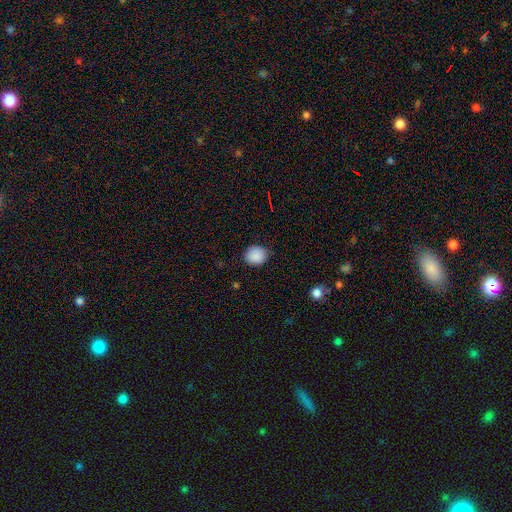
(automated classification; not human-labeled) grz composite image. It shows a smooth galaxy with no disk features (88%) that is round (81%). Merging: none (84%).